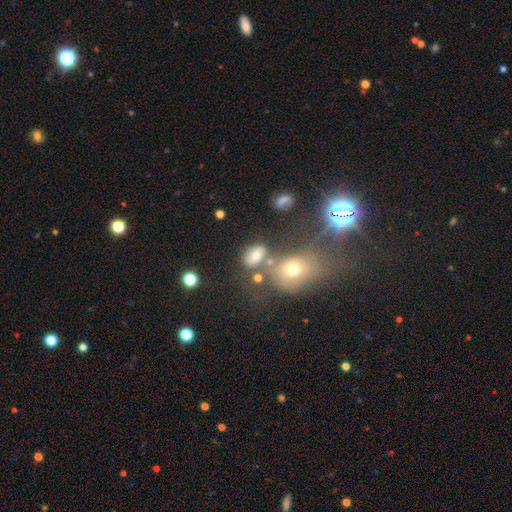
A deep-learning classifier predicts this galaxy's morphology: Overall: smooth (70%). How rounded: in between (79%). Merging: none (53%; merger 22%).